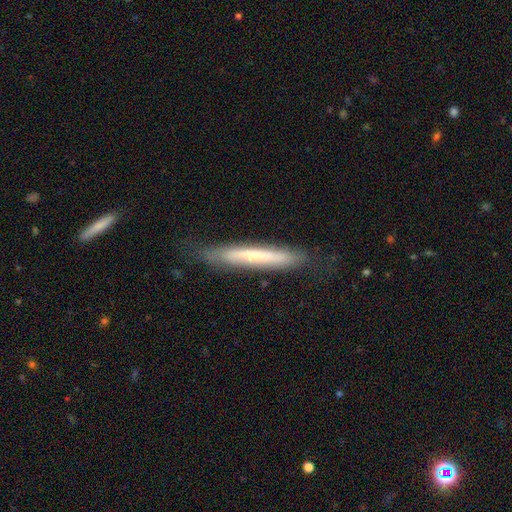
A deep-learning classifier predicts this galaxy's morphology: Overall: smooth (49%; featured or disk 44%). Merging: none (80%).